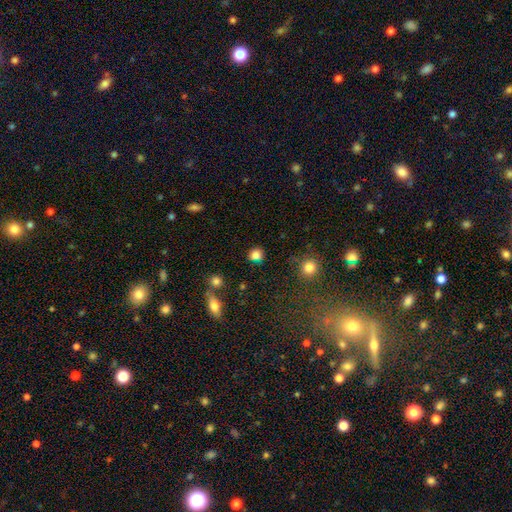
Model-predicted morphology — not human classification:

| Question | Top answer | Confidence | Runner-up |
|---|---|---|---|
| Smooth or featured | smooth | 82% | star or artifact (12%) |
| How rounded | round | 78% | in between (21%) |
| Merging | none | 80% | minor disturbance (11%) |